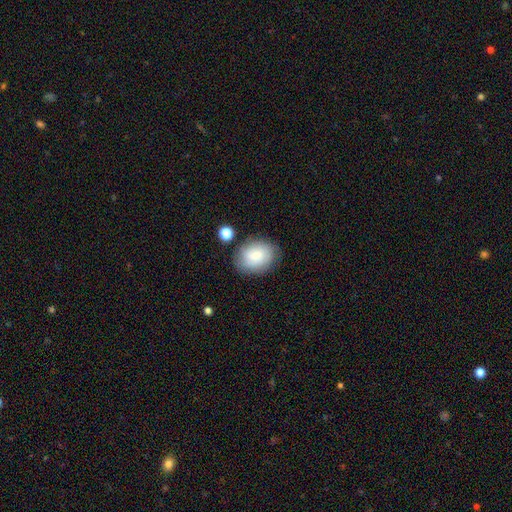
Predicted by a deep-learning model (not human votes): Q: Smooth or featured?
A: smooth (74%); runner-up: featured or disk (18%)
Q: How rounded?
A: in between (61%); runner-up: round (38%)
Q: Merging?
A: none (76%); runner-up: minor disturbance (16%)